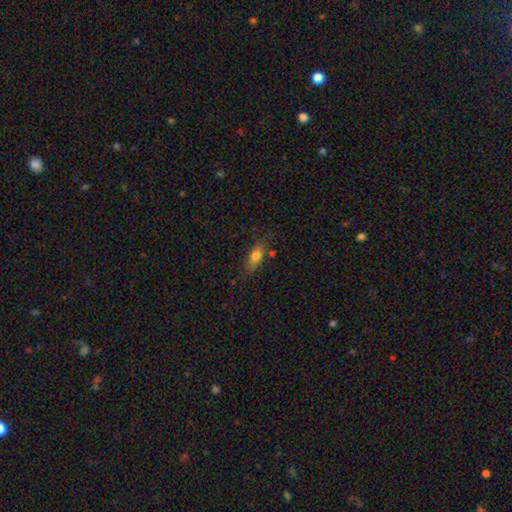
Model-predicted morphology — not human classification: A smooth galaxy with no disk features (74%) that is in between round and cigar-shaped (74%).

Vote fractions:
- Smooth or featured? smooth: 74% / featured or disk: 17% / star or artifact: 9%
- How rounded? in between: 74% / cigar-shaped: 18% / round: 7%
- Merging? none: 65% / minor disturbance: 22% / major disturbance: 7% / merger: 6%